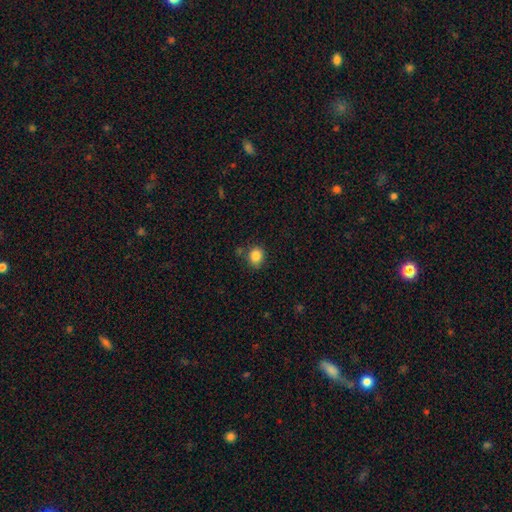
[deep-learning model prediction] Overall: smooth (85%). How rounded: round (71%). Merging: none (77%).